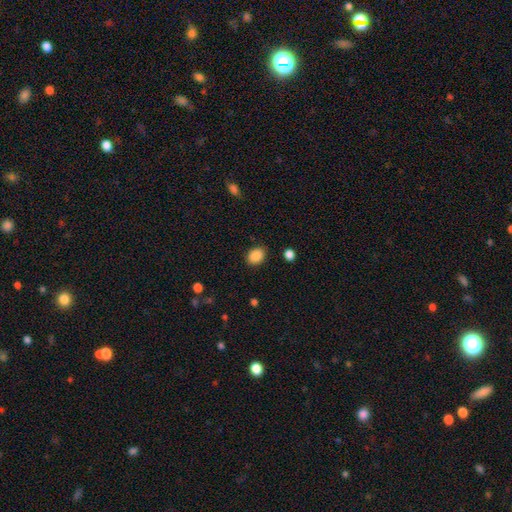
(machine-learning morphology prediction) smooth 88%, star or artifact 8%, featured or disk 3%. Down the decision tree: how rounded — in between (61%); merging — none (84%).